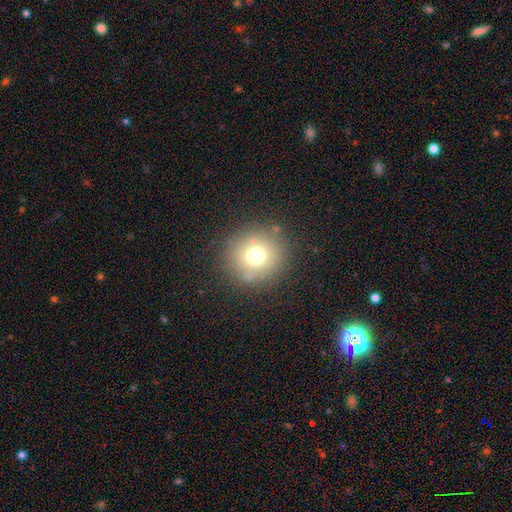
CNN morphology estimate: Q: Smooth or featured?
A: smooth (69%); runner-up: star or artifact (17%)
Q: How rounded?
A: round (92%); runner-up: in between (7%)
Q: Merging?
A: none (84%); runner-up: minor disturbance (9%)